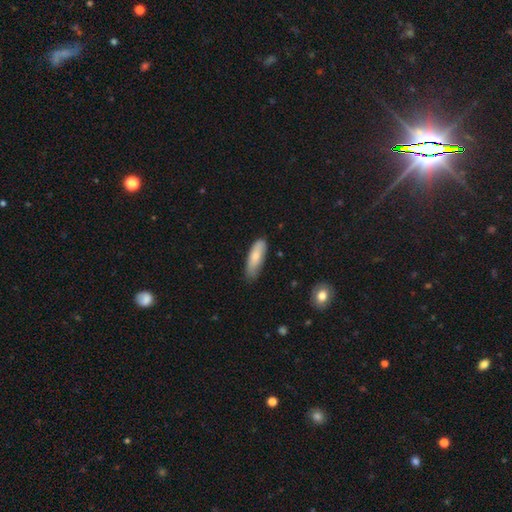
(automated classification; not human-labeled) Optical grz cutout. It shows a smooth galaxy with no disk features (78%) that is in between round and cigar-shaped (58%). Merging: none (67%).